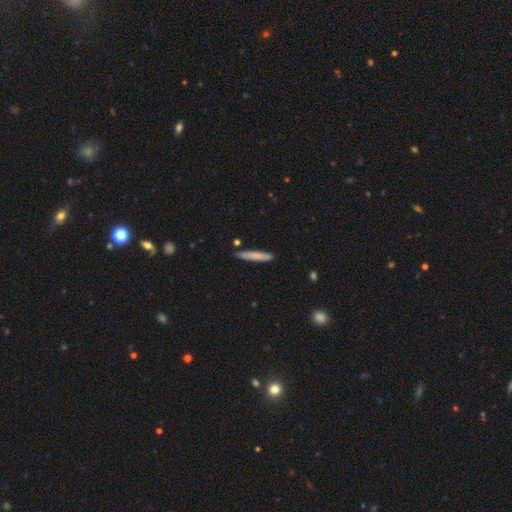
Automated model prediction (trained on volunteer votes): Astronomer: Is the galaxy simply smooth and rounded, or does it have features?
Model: smooth — 78%.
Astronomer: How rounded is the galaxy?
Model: cigar-shaped — 93%.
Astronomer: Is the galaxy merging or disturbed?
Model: none — 85%.